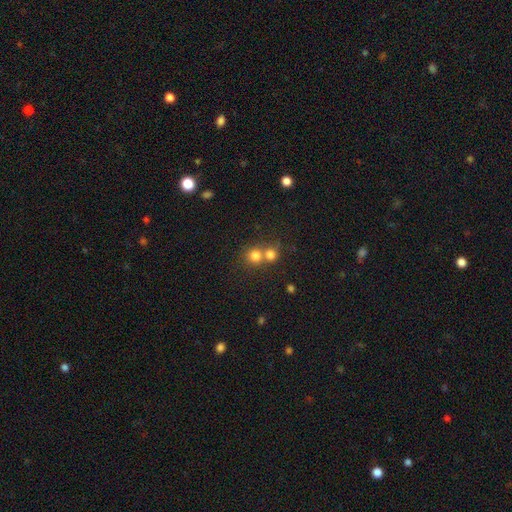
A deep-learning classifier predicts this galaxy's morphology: Q: Smooth or featured?
A: smooth (78%); runner-up: star or artifact (13%)
Q: How rounded?
A: round (88%); runner-up: in between (11%)
Q: Merging?
A: merger (49%); runner-up: none (44%)